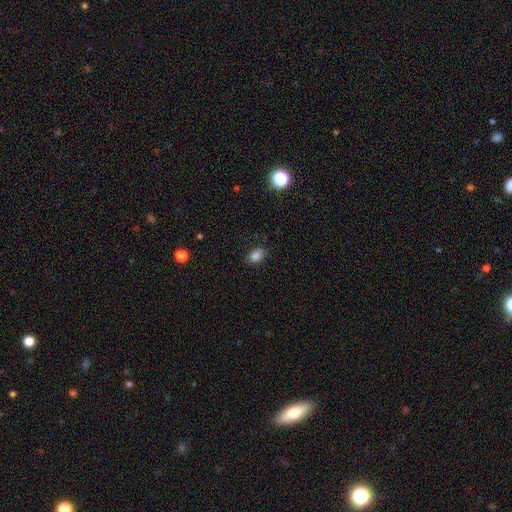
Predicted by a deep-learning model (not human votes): This appears to be a smooth galaxy with no disk features (83%) that is in between round and cigar-shaped (80%). Merging: none (78%).